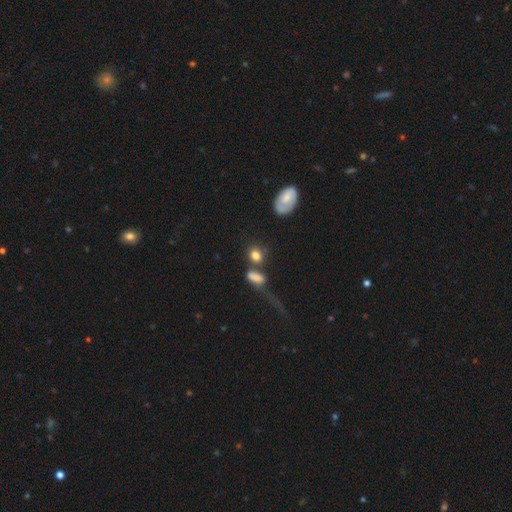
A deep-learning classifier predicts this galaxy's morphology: Smooth or featured?
  - smooth: 81% *
  - star or artifact: 10%
  - featured or disk: 9%
How rounded?
  - round: 56% *
  - in between: 41%
  - cigar-shaped: 4%
Merging?
  - none: 51% *
  - merger: 25%
  - minor disturbance: 13%
  - major disturbance: 10%